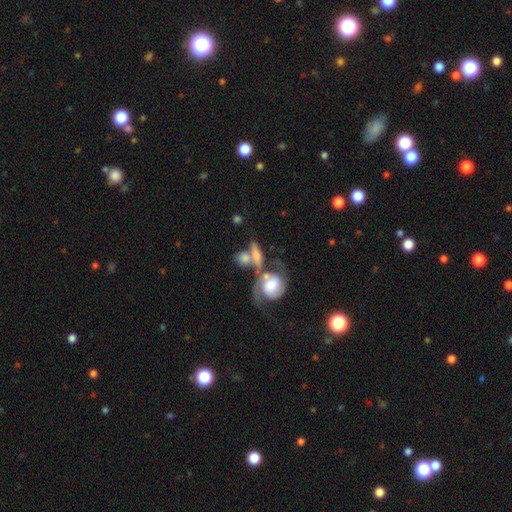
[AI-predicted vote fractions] The model was most divided on "smooth or featured": smooth: 46%, featured or disk: 45%, star or artifact: 9%. More confident: merging — merger (52%).